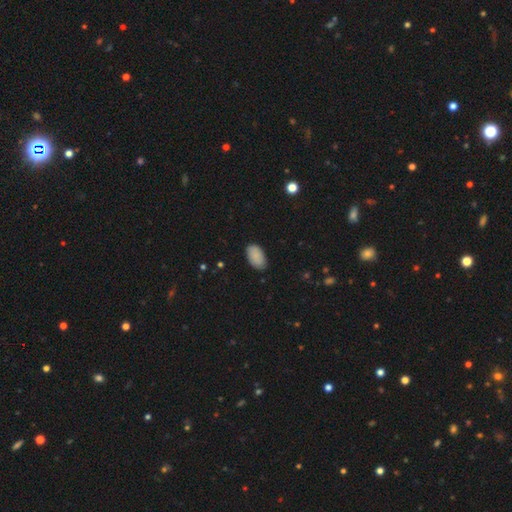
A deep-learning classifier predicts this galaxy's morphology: A smooth galaxy with no disk features (87%) that is in between round and cigar-shaped (95%).

Vote fractions:
- Smooth or featured? smooth: 87% / star or artifact: 7% / featured or disk: 6%
- How rounded? in between: 95% / round: 4% / cigar-shaped: 1%
- Merging? none: 80% / minor disturbance: 16% / major disturbance: 3% / merger: 1%